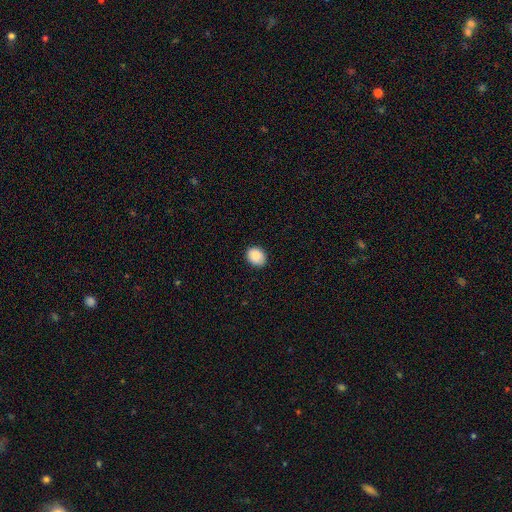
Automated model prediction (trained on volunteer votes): A smooth galaxy with no disk features (89%) that is in between round and cigar-shaped (51%). Merging: none (88%).